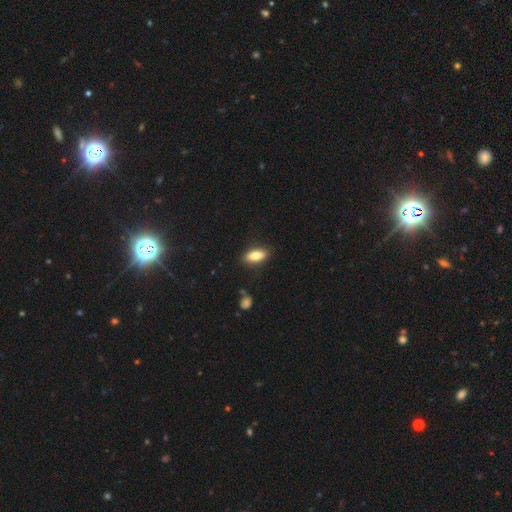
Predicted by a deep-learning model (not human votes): The model was most divided on "smooth or featured": smooth: 78%, featured or disk: 15%, star or artifact: 7%. More confident: merging — none (86%); how rounded — in between (83%).